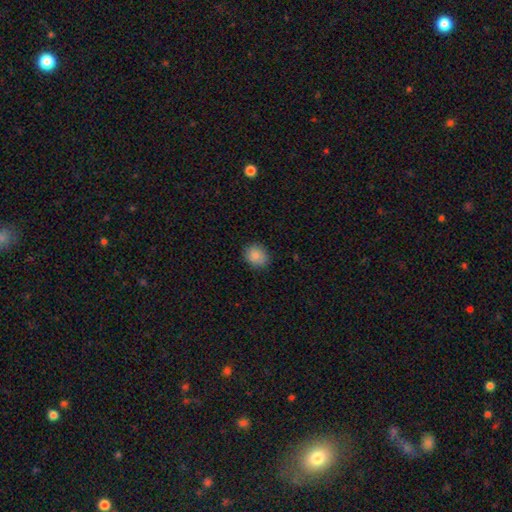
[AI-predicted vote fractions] The model was most divided on "how rounded": round: 62%, in between: 37%, cigar-shaped: 1%. More confident: smooth or featured — smooth (86%); merging — none (86%).